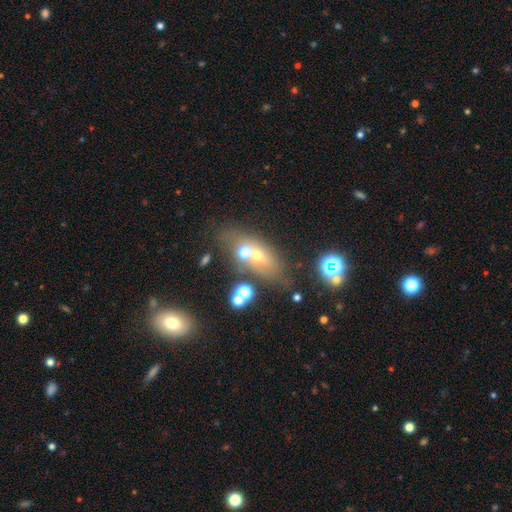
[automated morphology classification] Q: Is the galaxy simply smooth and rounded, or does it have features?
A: smooth — 49%.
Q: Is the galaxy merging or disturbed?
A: none — 42%.